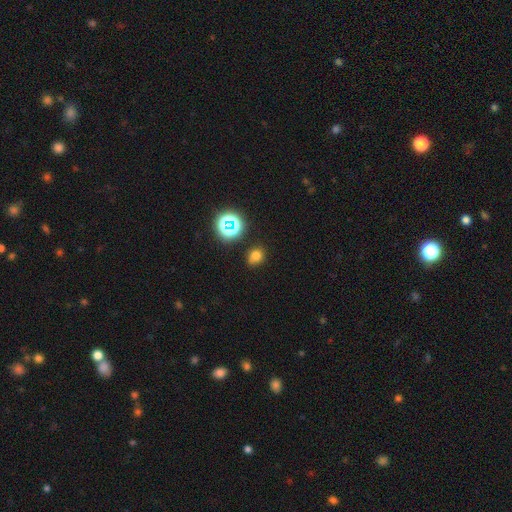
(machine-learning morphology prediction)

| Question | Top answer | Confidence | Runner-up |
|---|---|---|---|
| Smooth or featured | smooth | 71% | star or artifact (22%) |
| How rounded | round | 68% | in between (31%) |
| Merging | none | 80% | minor disturbance (13%) |